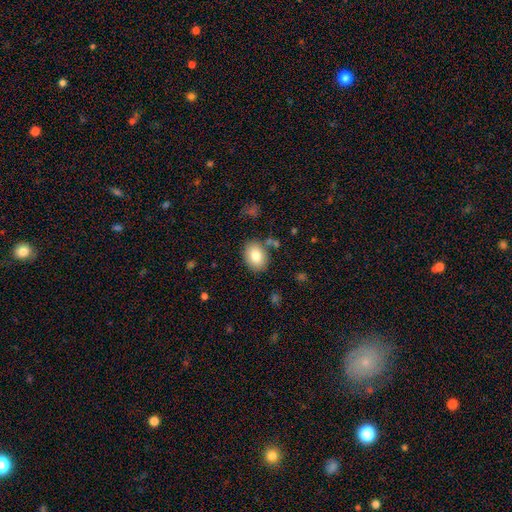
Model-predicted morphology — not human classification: A smooth galaxy with no disk features (81%) that is in between round and cigar-shaped (67%).

Vote fractions:
- Smooth or featured? smooth: 81% / featured or disk: 11% / star or artifact: 8%
- How rounded? in between: 67% / round: 32% / cigar-shaped: 1%
- Merging? none: 83% / minor disturbance: 11% / merger: 3% / major disturbance: 3%